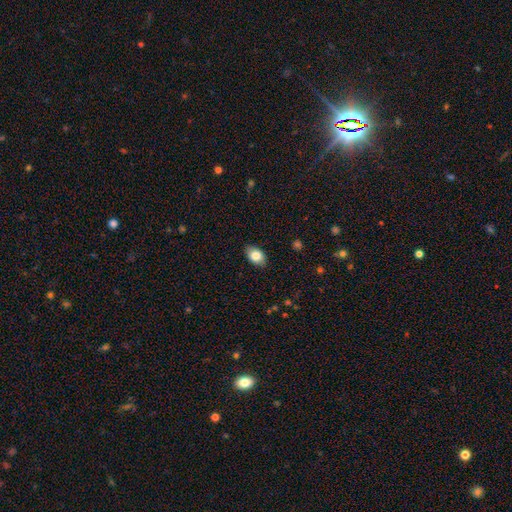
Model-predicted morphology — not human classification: Smooth or featured? smooth (84%)
How rounded? in between (87%)
Merging? none (87%)